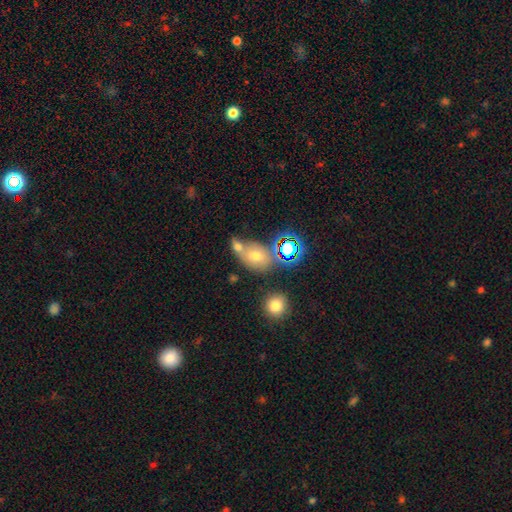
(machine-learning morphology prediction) A smooth galaxy with no disk features (57%) that is in between round and cigar-shaped (65%). Merging: none (43%).